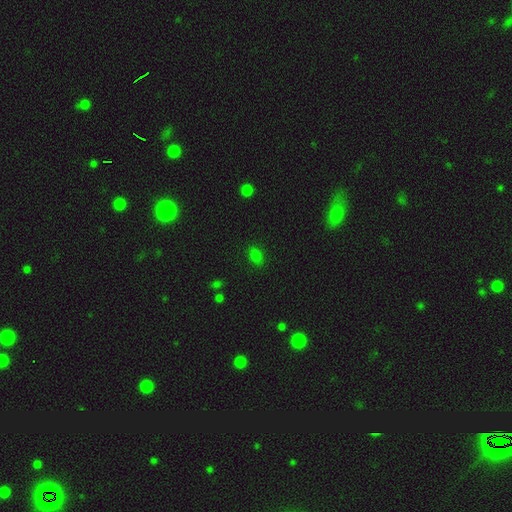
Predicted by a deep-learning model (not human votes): Smooth or featured? Predicted: smooth (p=0.76). How rounded? Predicted: in between (p=0.73). Merging? Predicted: none (p=0.82).